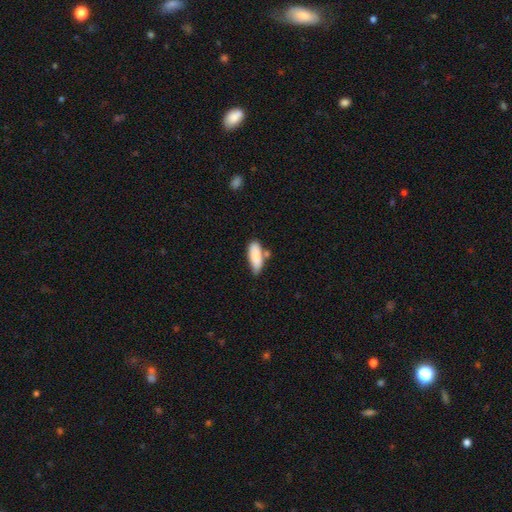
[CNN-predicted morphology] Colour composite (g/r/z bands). It shows a smooth galaxy with no disk features (84%) that is in between round and cigar-shaped (70%). Merging: none (50%).